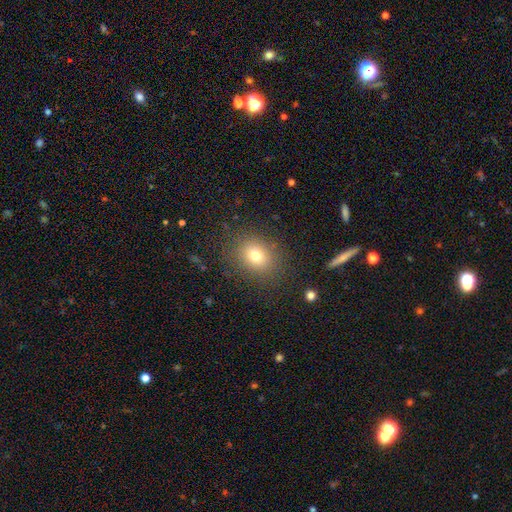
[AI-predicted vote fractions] Overall: smooth (76%). How rounded: round (57%; in between 43%). Merging: none (84%).